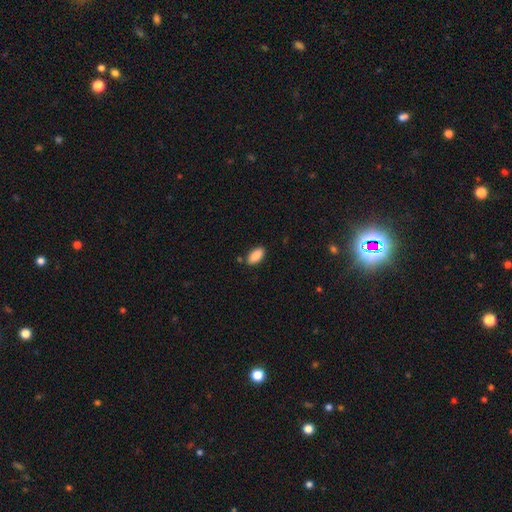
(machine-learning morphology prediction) This appears to be a smooth galaxy with no disk features (88%) that is in between round and cigar-shaped (92%). Merging: none (84%).